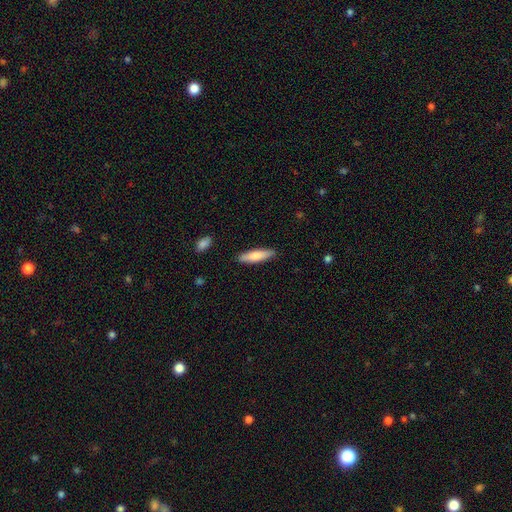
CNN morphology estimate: A smooth galaxy with no disk features (75%) that is cigar-shaped (71%). Merging: none (88%).